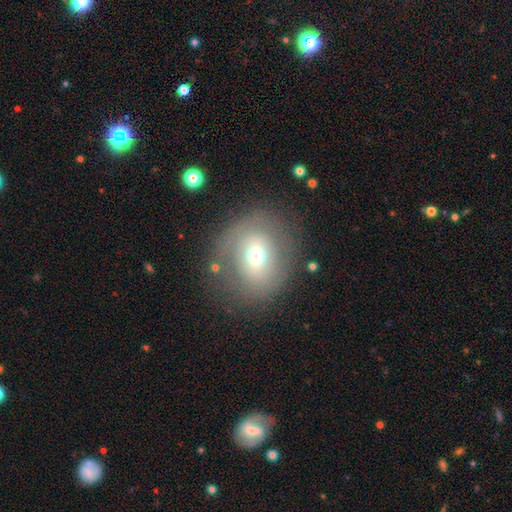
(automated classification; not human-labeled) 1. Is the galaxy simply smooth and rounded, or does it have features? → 52% smooth, 36% featured or disk, 12% star or artifact.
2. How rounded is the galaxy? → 64% round, 35% in between, 1% cigar-shaped.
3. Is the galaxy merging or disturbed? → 74% none, 15% minor disturbance, 8% major disturbance, 3% merger.